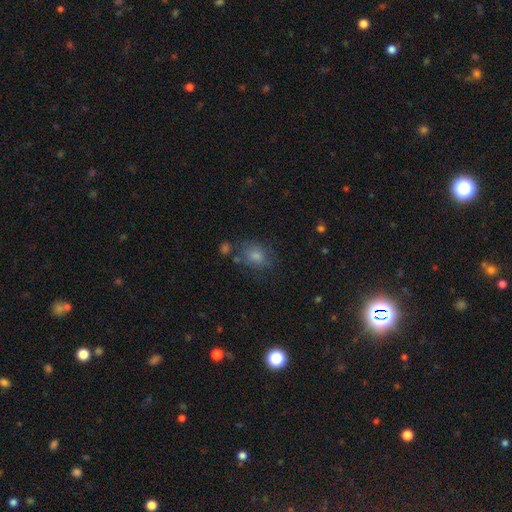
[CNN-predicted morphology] type=smooth (59%); roundness=in between (51%); merging=none (69%).